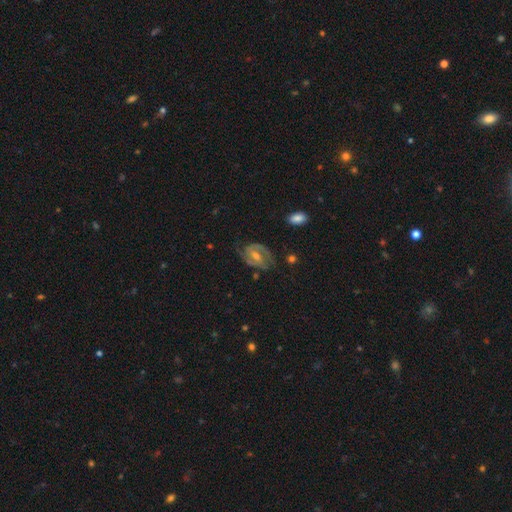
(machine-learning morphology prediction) type=featured or disk (84%); edge-on=no (97%); bar=weak (50%); spiral arms=yes (95%); winding=medium (47%); arm count=2 (87%); bulge=moderate (53%); merging=none (77%).